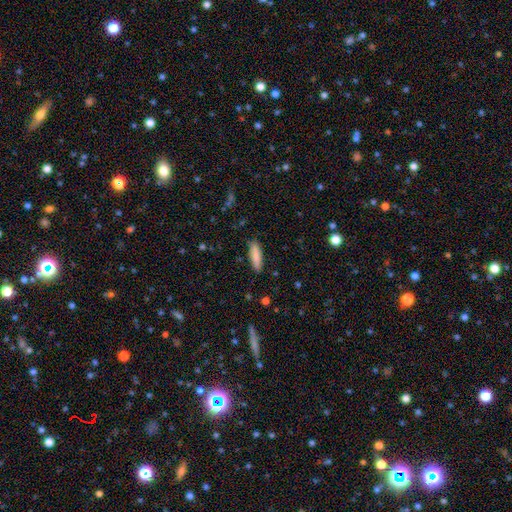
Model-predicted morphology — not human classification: smooth-or-featured: smooth: 85% | featured or disk: 9% | star or artifact: 6%
  how-rounded: cigar-shaped: 66% | in between: 33% | round: 1%
  merging: none: 87% | minor disturbance: 10% | major disturbance: 2% | merger: 1%